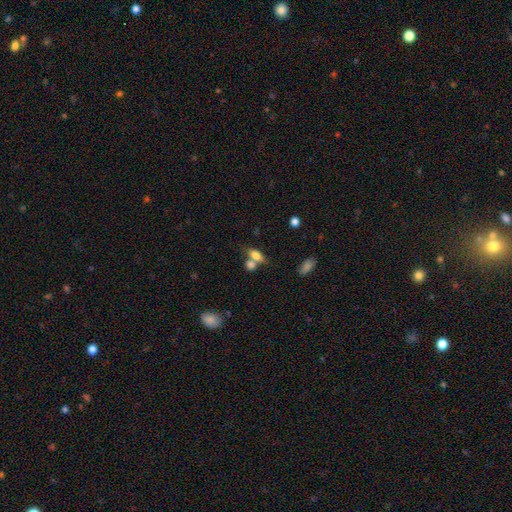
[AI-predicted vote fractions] Smooth or featured? smooth (72%)
How rounded? in between (77%)
Merging? none (43%)